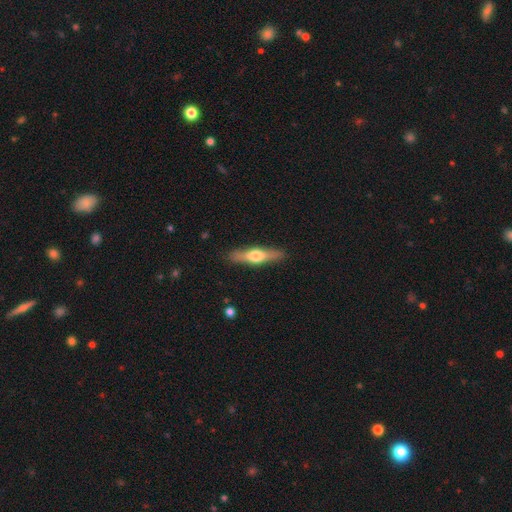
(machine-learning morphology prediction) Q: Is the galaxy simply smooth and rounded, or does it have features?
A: featured or disk — 54%.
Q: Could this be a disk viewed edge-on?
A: yes — 93%.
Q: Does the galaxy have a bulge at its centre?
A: rounded — 92%.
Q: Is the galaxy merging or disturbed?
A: none — 88%.